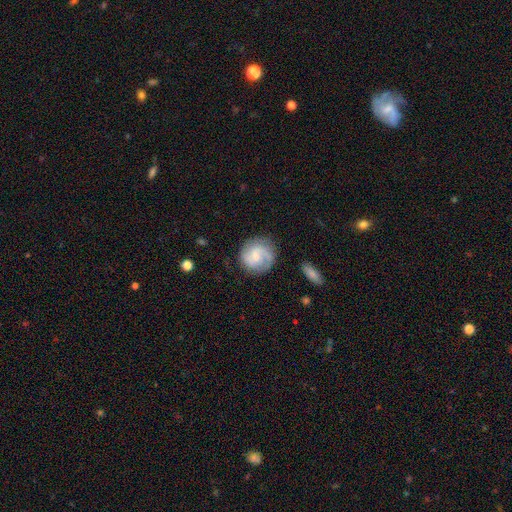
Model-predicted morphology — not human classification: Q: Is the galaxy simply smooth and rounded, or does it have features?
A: featured or disk — 63%.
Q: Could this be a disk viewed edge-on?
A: no — 98%.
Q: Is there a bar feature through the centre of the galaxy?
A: weak — 49%.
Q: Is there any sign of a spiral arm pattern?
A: yes — 93%.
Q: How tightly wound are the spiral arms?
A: medium — 46%.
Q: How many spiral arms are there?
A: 2 — 75%.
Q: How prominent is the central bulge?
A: small — 52%.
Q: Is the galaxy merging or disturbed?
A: none — 80%.